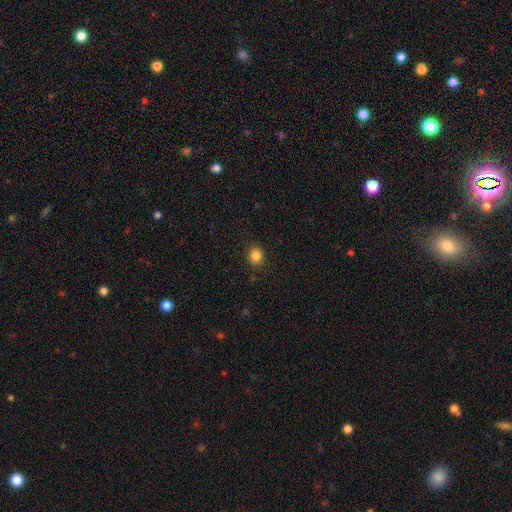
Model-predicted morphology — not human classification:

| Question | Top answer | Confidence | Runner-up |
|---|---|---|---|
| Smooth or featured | smooth | 84% | star or artifact (11%) |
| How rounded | round | 76% | in between (23%) |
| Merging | none | 89% | minor disturbance (8%) |